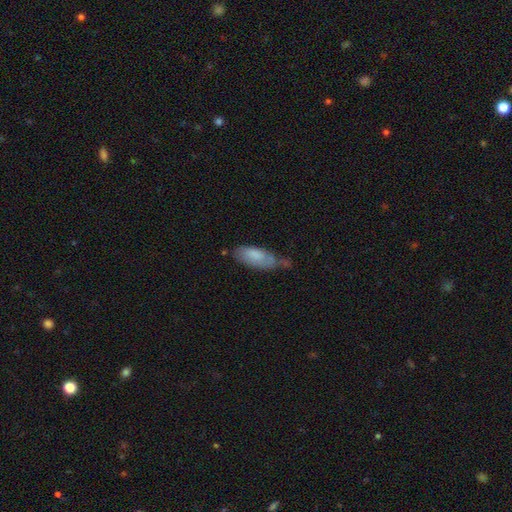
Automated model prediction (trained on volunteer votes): smooth_or_featured: smooth (p=0.75) [alt: featured or disk p=0.19]
how_rounded: in between (p=0.73) [alt: cigar-shaped p=0.25]
merging: minor disturbance (p=0.40) [alt: none p=0.38]